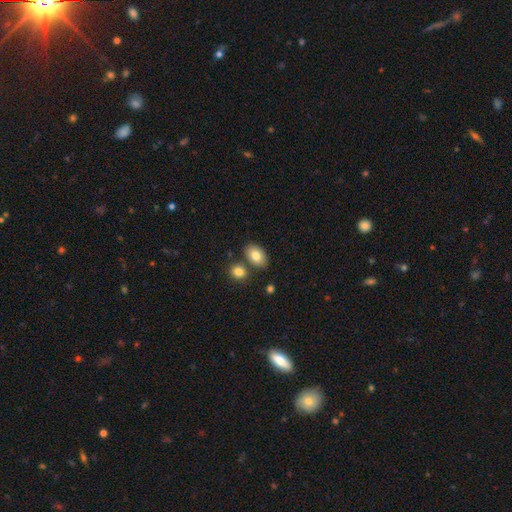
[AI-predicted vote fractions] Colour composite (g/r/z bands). It shows a smooth galaxy with no disk features (82%) that is in between round and cigar-shaped (87%). Merging: none (72%).